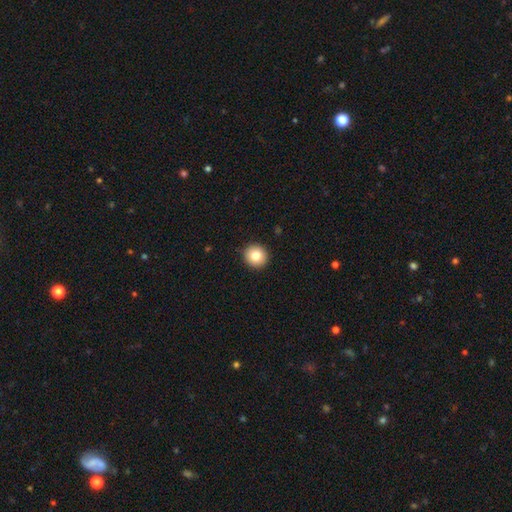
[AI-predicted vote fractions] Morphology: type=smooth (82%); roundness=round (92%); merging=none (93%).